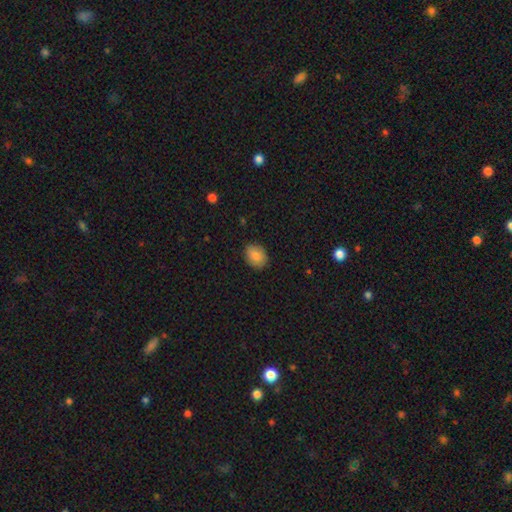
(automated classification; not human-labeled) Morphology: type=smooth (84%); roundness=in between (57%); merging=none (86%).